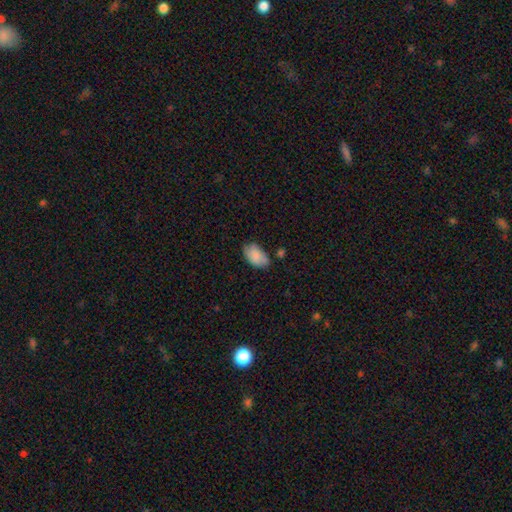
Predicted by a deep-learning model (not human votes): This appears to be a smooth galaxy with no disk features (85%) that is in between round and cigar-shaped (93%). Merging: none (59%).